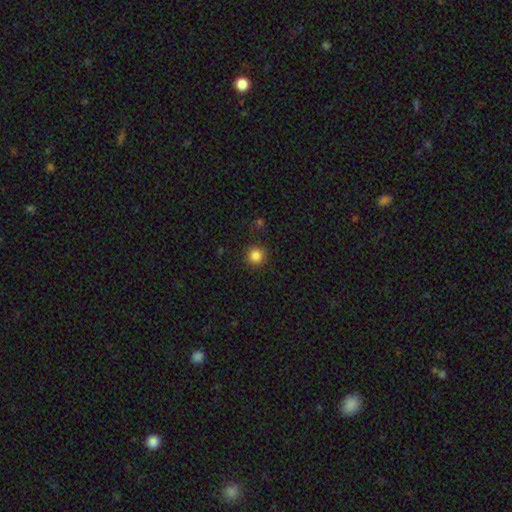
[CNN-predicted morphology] The model was most divided on "smooth or featured": smooth: 85%, star or artifact: 11%, featured or disk: 4%. More confident: how rounded — round (93%); merging — none (89%).